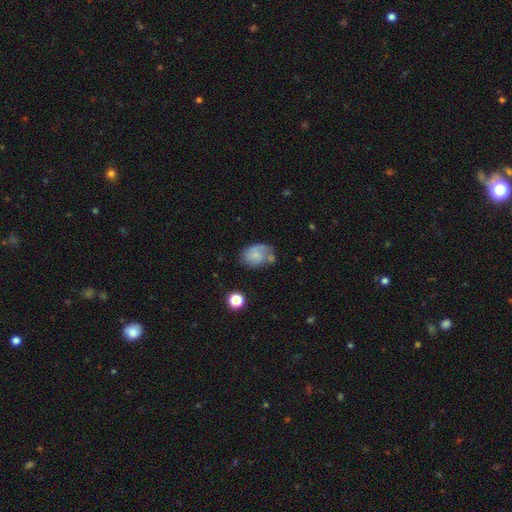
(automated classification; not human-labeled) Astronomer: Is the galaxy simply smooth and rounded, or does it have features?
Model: featured or disk — 48% (runner-up: smooth, 43%).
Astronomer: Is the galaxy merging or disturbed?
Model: none — 44% (runner-up: minor disturbance, 28%).